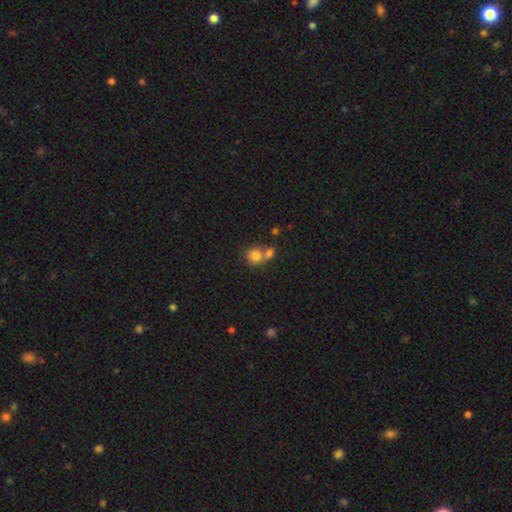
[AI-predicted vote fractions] Smooth or featured? Predicted: smooth (p=0.81). How rounded? Predicted: round (p=0.83). Merging? Predicted: merger (p=0.45).